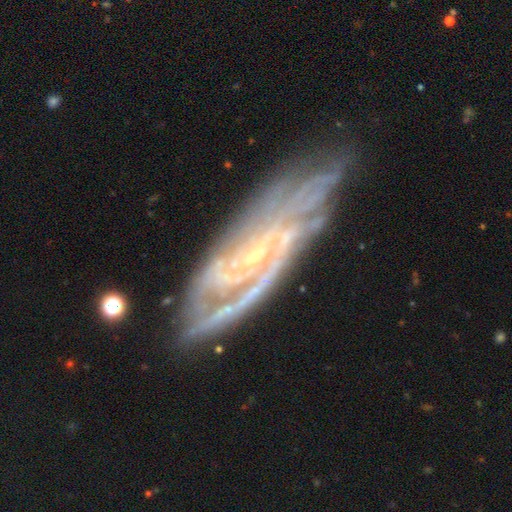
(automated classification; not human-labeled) smooth_or_featured: featured or disk (p=0.87) [alt: star or artifact p=0.07]
disk_edge_on: no (p=0.87) [alt: yes p=0.13]
bar: weak (p=0.40) [alt: no p=0.35]
has_spiral_arms: yes (p=0.96) [alt: no p=0.04]
spiral_winding: tight (p=0.55) [alt: medium p=0.36]
spiral_arm_count: 2 (p=0.29) [alt: can't tell p=0.26]
bulge_size: small (p=0.80) [alt: moderate p=0.12]
merging: none (p=0.71) [alt: minor disturbance p=0.19]